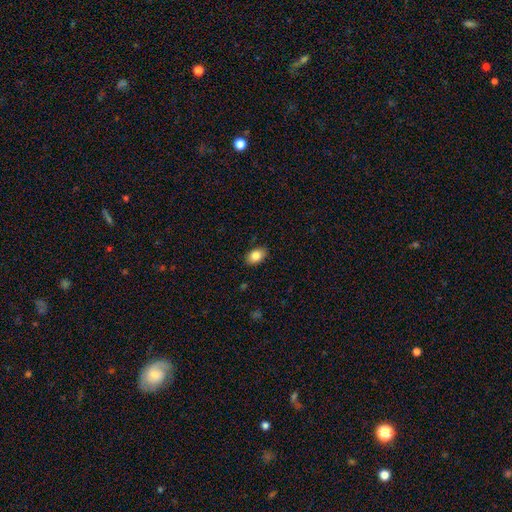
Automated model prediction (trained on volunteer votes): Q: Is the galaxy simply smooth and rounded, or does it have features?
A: smooth — 84%.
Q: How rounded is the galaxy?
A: in between — 87%.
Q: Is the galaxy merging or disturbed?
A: none — 88%.